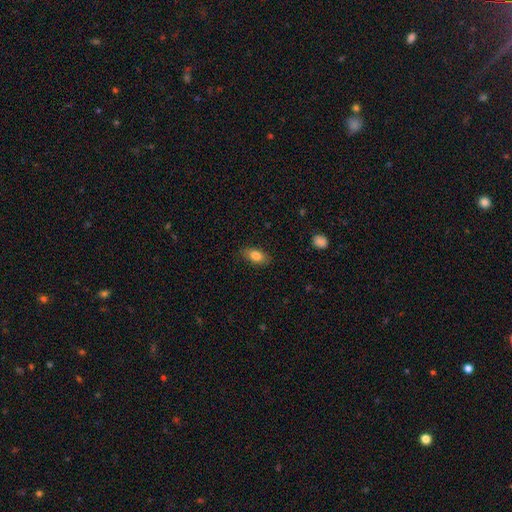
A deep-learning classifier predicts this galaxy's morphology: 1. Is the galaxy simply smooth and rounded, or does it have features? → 82% smooth, 10% featured or disk, 8% star or artifact.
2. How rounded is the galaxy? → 87% in between, 7% cigar-shaped, 6% round.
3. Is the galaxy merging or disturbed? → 85% none, 11% minor disturbance, 3% major disturbance, 1% merger.